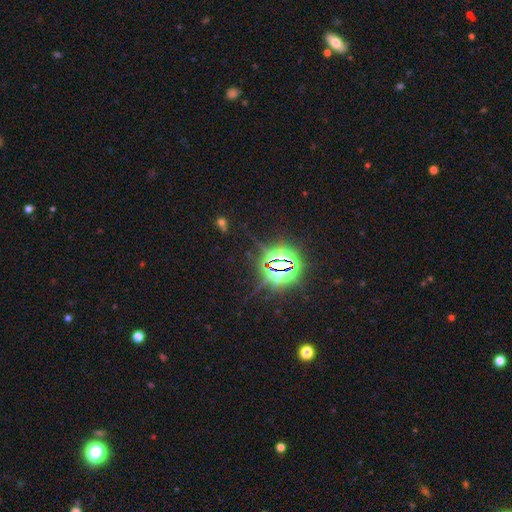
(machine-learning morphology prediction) Overall: star or artifact (84%).